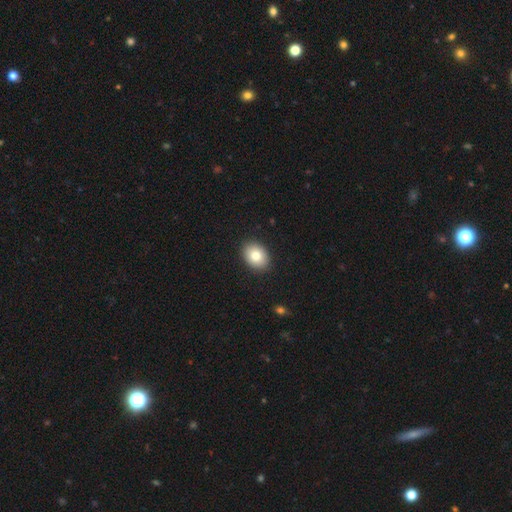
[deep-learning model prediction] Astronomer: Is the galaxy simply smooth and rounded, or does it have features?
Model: smooth — 82%.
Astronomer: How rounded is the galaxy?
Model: in between — 62%.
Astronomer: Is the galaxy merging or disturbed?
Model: none — 90%.